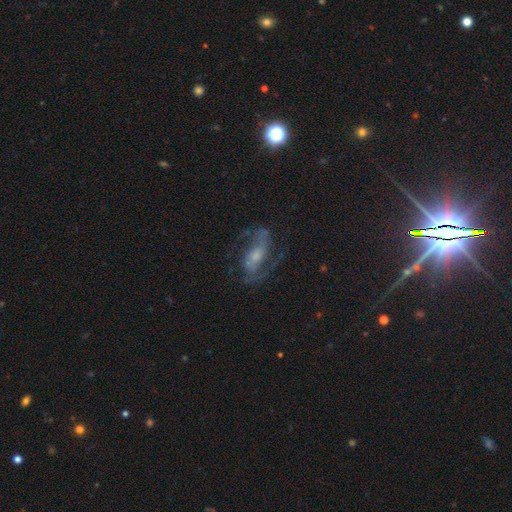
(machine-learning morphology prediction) The model was most divided on "bulge size": small: 44%, moderate: 37%, none: 9%, large: 8%, dominant: 2%. Remaining: edge-on disk — no (95%); spiral arms — yes (94%); spiral arm count — 2 (89%); smooth or featured — featured or disk (80%); merging — none (68%); spiral winding — medium (51%); bar — weak (41%).